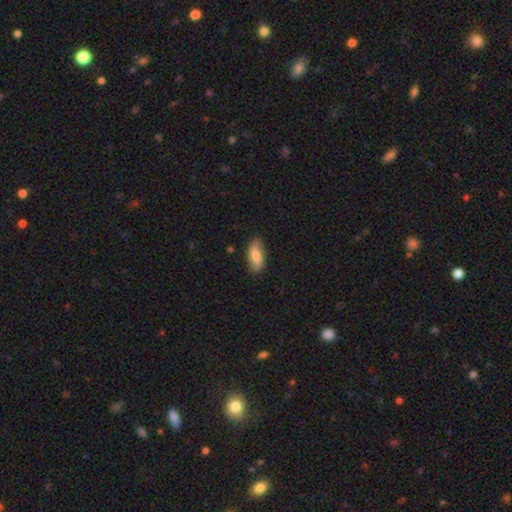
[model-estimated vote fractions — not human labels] Q: Smooth or featured?
A: smooth (69%); runner-up: featured or disk (25%)
Q: How rounded?
A: in between (84%); runner-up: cigar-shaped (13%)
Q: Merging?
A: none (81%); runner-up: minor disturbance (15%)